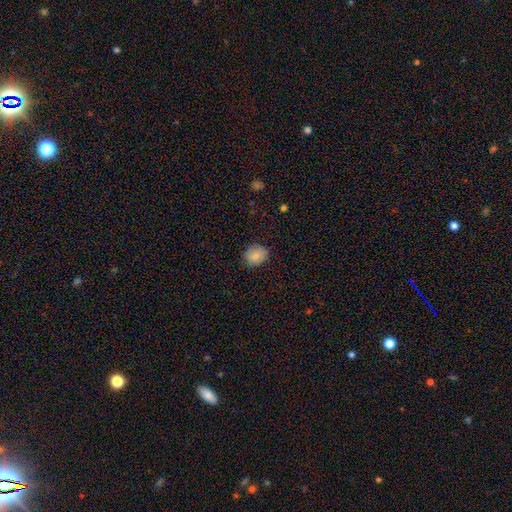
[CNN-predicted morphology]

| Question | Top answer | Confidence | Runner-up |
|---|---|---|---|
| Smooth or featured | smooth | 83% | featured or disk (9%) |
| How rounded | round | 66% | in between (33%) |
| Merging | none | 81% | minor disturbance (15%) |